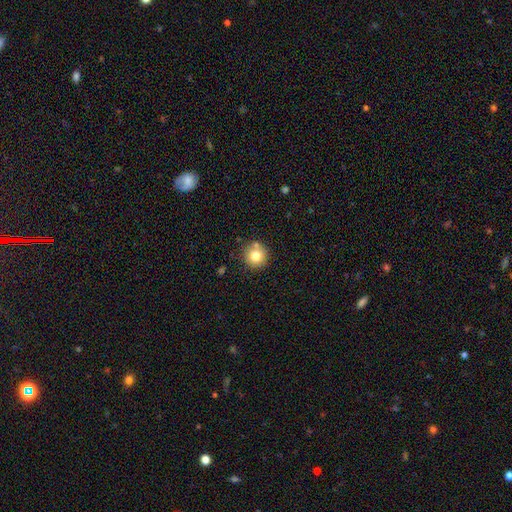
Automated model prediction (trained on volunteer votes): This is likely a smooth galaxy (79%). How rounded: clearly round (94%). Merging: likely none (79%).